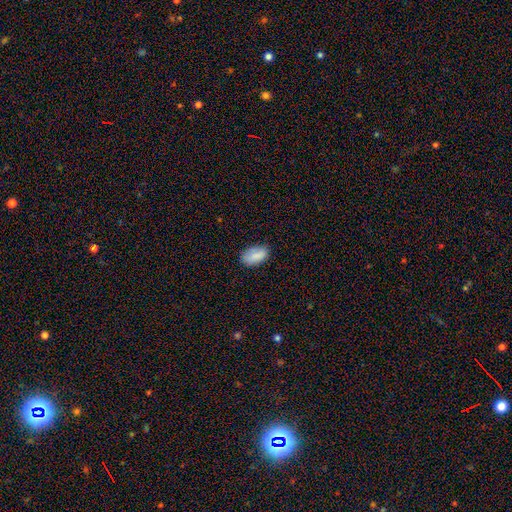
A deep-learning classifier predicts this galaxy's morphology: Smooth or featured? smooth (87%)
How rounded? in between (94%)
Merging? none (81%)